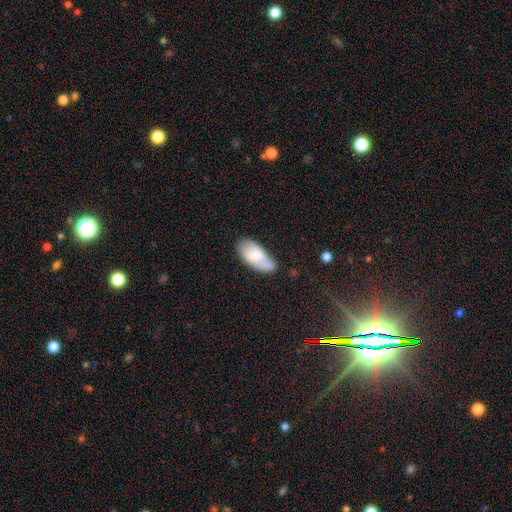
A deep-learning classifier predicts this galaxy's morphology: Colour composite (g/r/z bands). It shows a smooth galaxy with no disk features (61%) that is in between round and cigar-shaped (91%). Merging: none (48%).